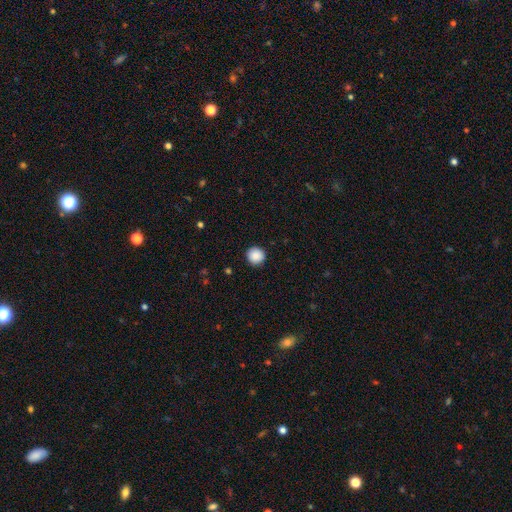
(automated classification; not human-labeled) smooth 89%, star or artifact 8%, featured or disk 3%. Down the decision tree: how rounded — round (95%); merging — none (93%).